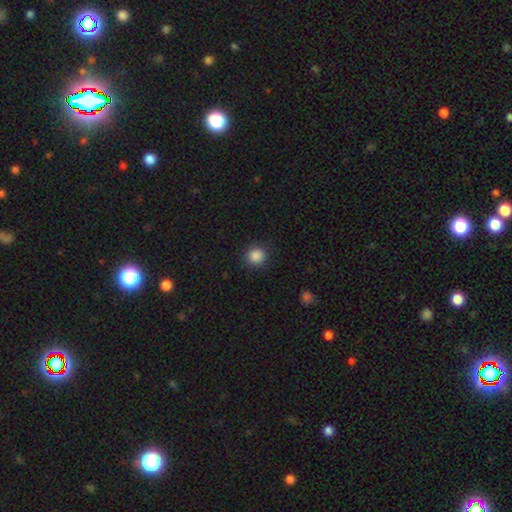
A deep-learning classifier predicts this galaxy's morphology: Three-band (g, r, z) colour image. It shows a smooth galaxy with no disk features (87%) that is round (90%). Merging: none (90%).